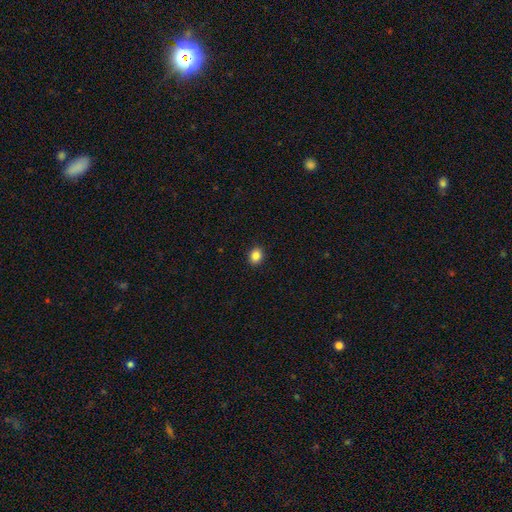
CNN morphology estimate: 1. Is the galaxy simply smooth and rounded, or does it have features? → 86% smooth, 10% star or artifact, 4% featured or disk.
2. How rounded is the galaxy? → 60% round, 39% in between, 1% cigar-shaped.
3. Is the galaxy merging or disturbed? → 92% none, 6% minor disturbance, 2% major disturbance, 1% merger.